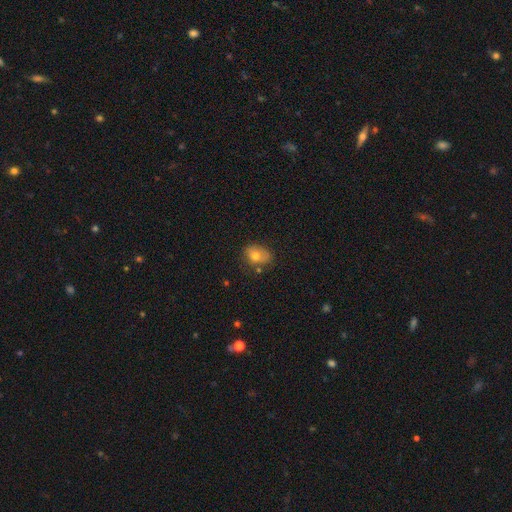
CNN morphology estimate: Smooth or featured?
  - smooth: 70% *
  - featured or disk: 21%
  - star or artifact: 10%
How rounded?
  - in between: 66% *
  - round: 33%
  - cigar-shaped: 1%
Merging?
  - none: 56% *
  - minor disturbance: 28%
  - major disturbance: 9%
  - merger: 7%